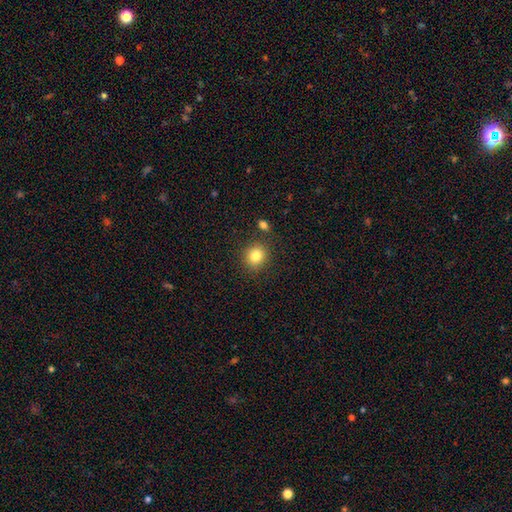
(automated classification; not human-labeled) Overall: smooth (83%). How rounded: round (83%). Merging: none (85%).